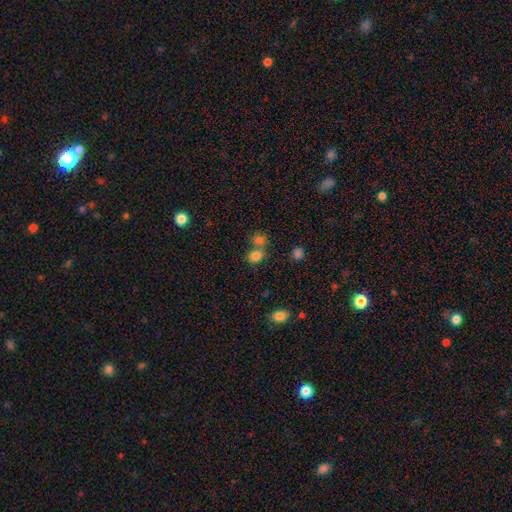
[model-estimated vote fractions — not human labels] smooth_or_featured: smooth (p=0.79) [alt: star or artifact p=0.14]
how_rounded: round (p=0.64) [alt: in between p=0.35]
merging: none (p=0.50) [alt: merger p=0.38]